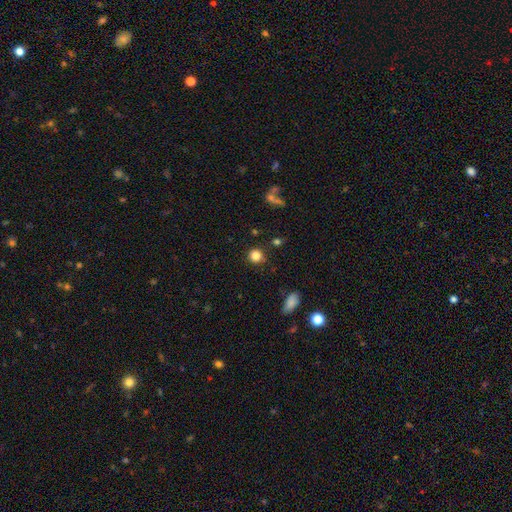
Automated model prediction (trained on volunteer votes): A smooth galaxy with no disk features (83%) that is round (90%).

Vote fractions:
- Smooth or featured? smooth: 83% / star or artifact: 12% / featured or disk: 5%
- How rounded? round: 90% / in between: 9% / cigar-shaped: 1%
- Merging? none: 85% / minor disturbance: 9% / merger: 3% / major disturbance: 3%